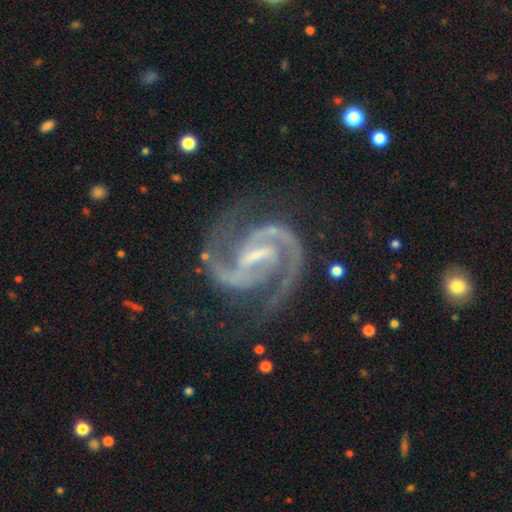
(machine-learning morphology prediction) type=featured or disk (94%); edge-on=no (98%); bar=strong (55%); spiral arms=yes (99%); winding=medium (63%); arm count=2 (94%); bulge=small (49%); merging=none (76%).